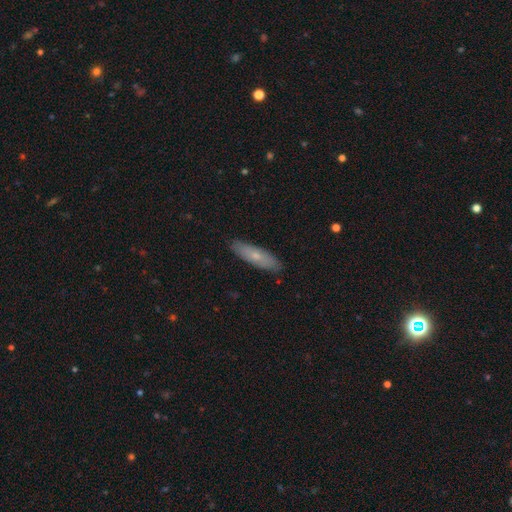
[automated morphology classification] The model was most divided on "how rounded": cigar-shaped: 63%, in between: 35%, round: 2%. More confident: merging — none (88%); smooth or featured — smooth (64%).